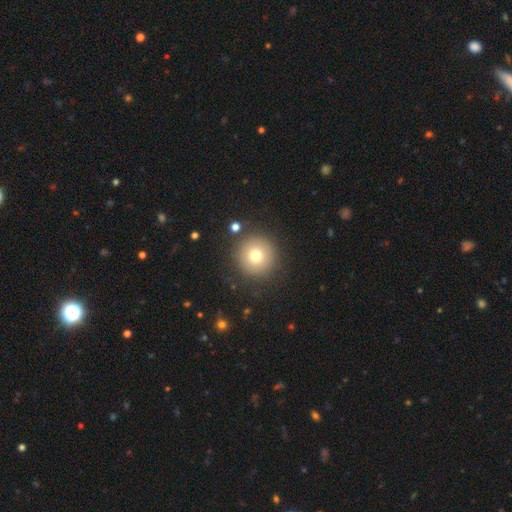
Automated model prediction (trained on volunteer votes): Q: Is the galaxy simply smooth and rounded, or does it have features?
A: smooth — 75%.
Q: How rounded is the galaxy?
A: round — 96%.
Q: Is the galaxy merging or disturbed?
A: none — 88%.